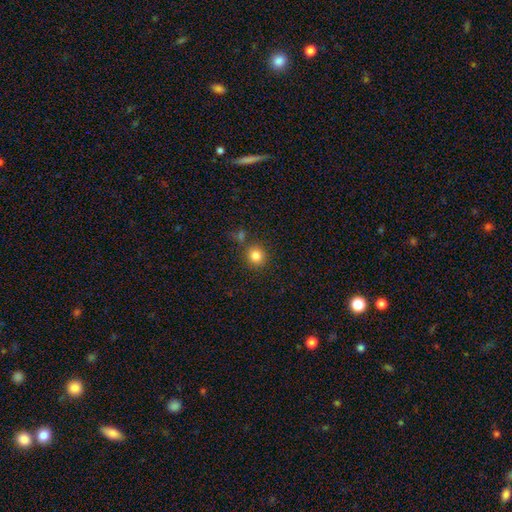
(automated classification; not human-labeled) Smooth or featured? smooth (83%)
How rounded? round (89%)
Merging? none (80%)